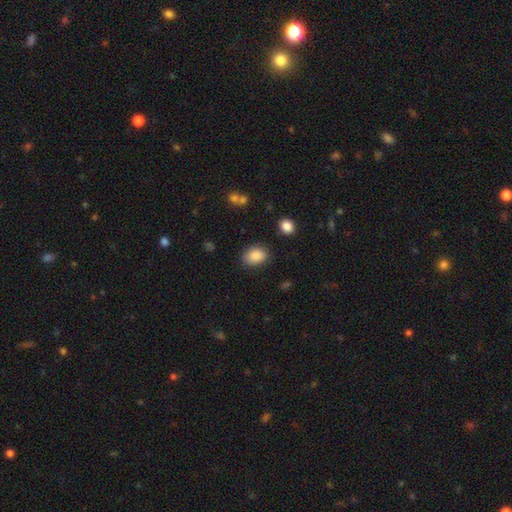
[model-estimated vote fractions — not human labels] smooth 88%, star or artifact 8%, featured or disk 4%. Down the decision tree: how rounded — in between (75%); merging — none (81%).